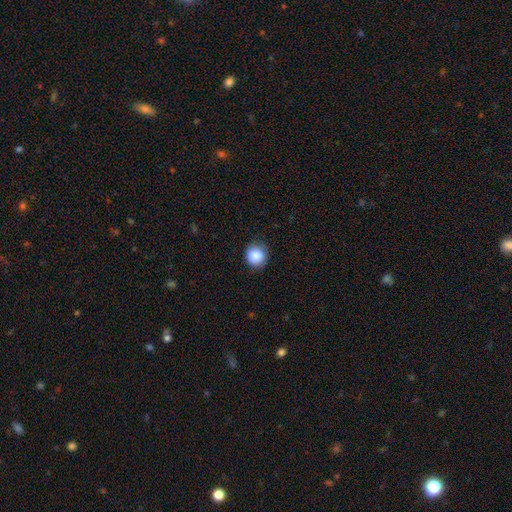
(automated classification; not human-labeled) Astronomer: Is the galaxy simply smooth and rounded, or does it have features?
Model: smooth — 87%.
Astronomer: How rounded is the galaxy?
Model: round — 89%.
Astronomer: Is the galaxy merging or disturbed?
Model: none — 81%.